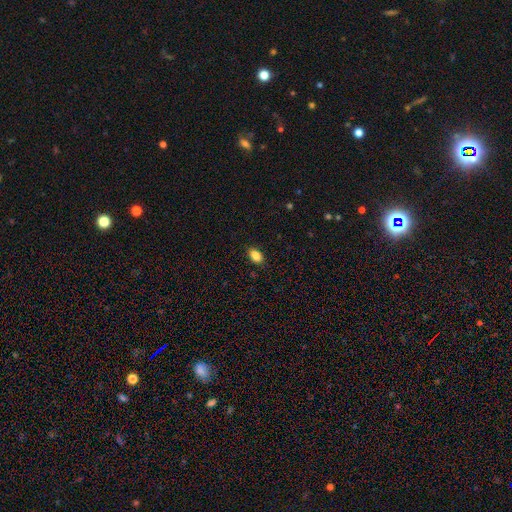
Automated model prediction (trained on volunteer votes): Smooth or featured? Predicted: smooth (p=0.86). How rounded? Predicted: in between (p=0.88). Merging? Predicted: none (p=0.88).